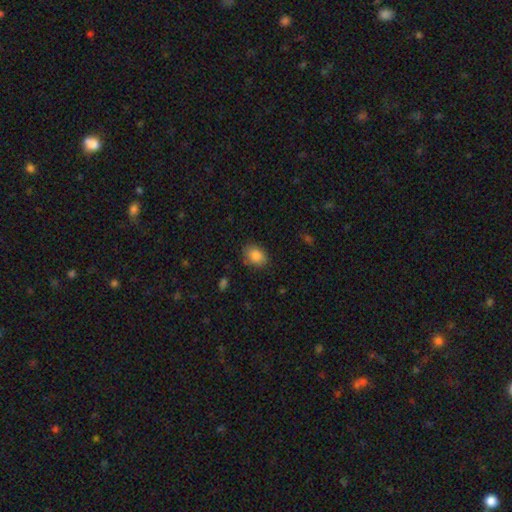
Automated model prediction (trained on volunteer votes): A smooth galaxy with no disk features (86%) that is in between round and cigar-shaped (65%).

Vote fractions:
- Smooth or featured? smooth: 86% / star or artifact: 9% / featured or disk: 6%
- How rounded? in between: 65% / round: 34% / cigar-shaped: 1%
- Merging? none: 83% / minor disturbance: 13% / major disturbance: 3% / merger: 1%